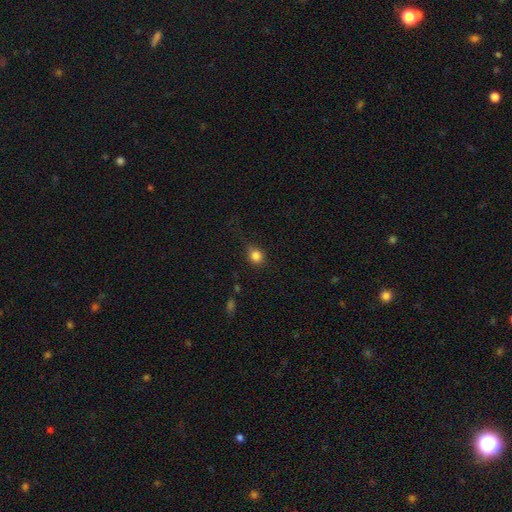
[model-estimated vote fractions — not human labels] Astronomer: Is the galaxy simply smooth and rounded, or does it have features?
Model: smooth — 83%.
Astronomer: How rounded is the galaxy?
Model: round — 71%.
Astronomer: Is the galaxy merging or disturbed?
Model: none — 76%.